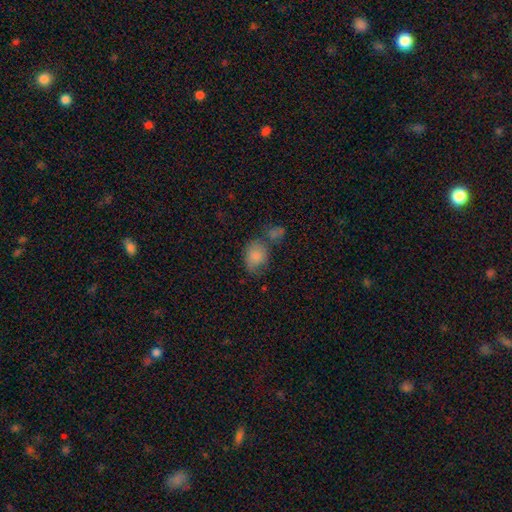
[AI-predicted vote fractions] smooth_or_featured: smooth (p=0.80) [alt: featured or disk p=0.11]
how_rounded: in between (p=0.53) [alt: round p=0.45]
merging: none (p=0.37) [alt: merger p=0.27]